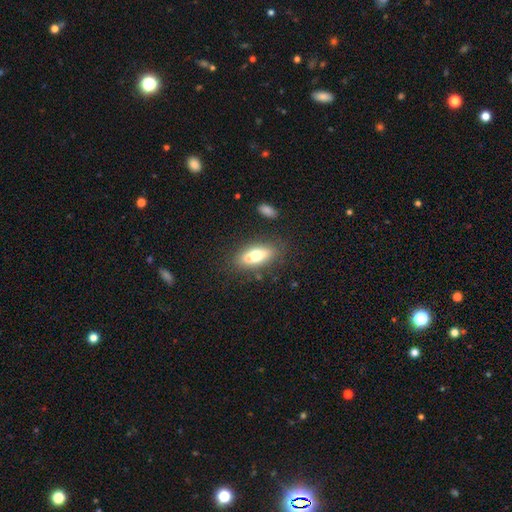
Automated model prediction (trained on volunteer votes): Morphology: type=smooth (64%); roundness=in between (78%); merging=none (65%).